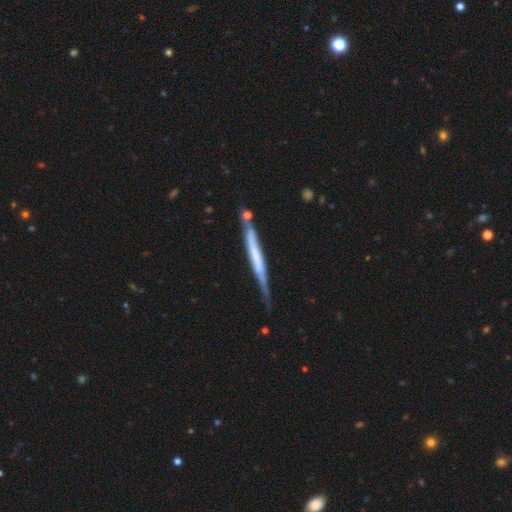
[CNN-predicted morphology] This appears to be a featured or disk galaxy (60%) viewed edge-on (93%) with no central bulge (69%). Merging: none (61%).